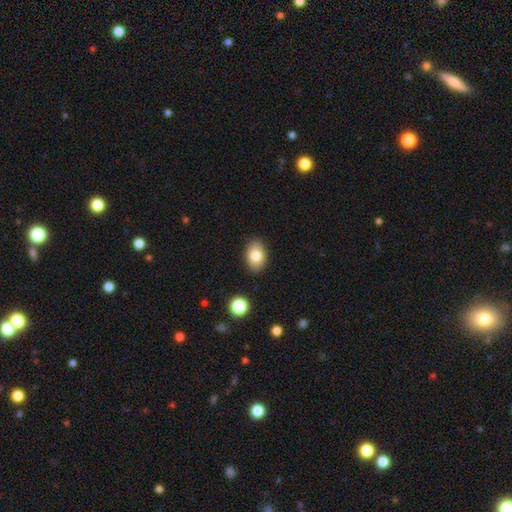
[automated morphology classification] smooth 81%, featured or disk 11%, star or artifact 8%. Down the decision tree: how rounded — in between (82%); merging — none (87%).